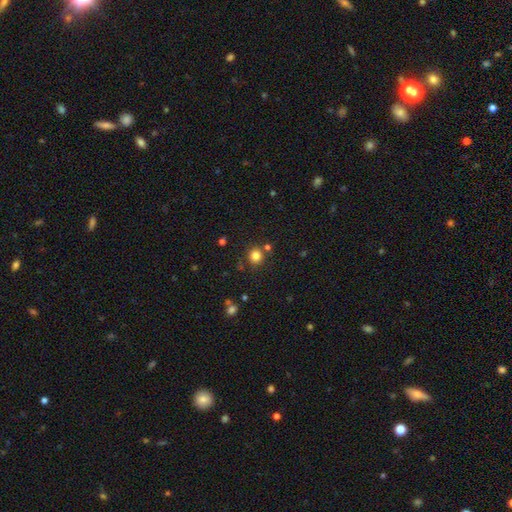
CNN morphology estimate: Q: Smooth or featured?
A: smooth (80%); runner-up: star or artifact (14%)
Q: How rounded?
A: round (91%); runner-up: in between (8%)
Q: Merging?
A: none (78%); runner-up: merger (10%)